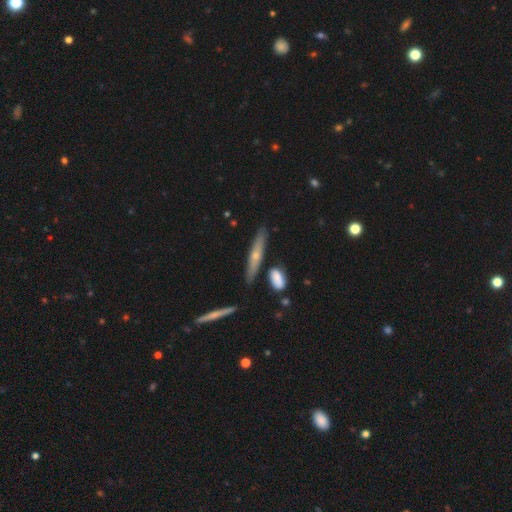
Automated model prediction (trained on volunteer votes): This is possibly a featured or disk galaxy (49%). Merging: clearly none (80%).